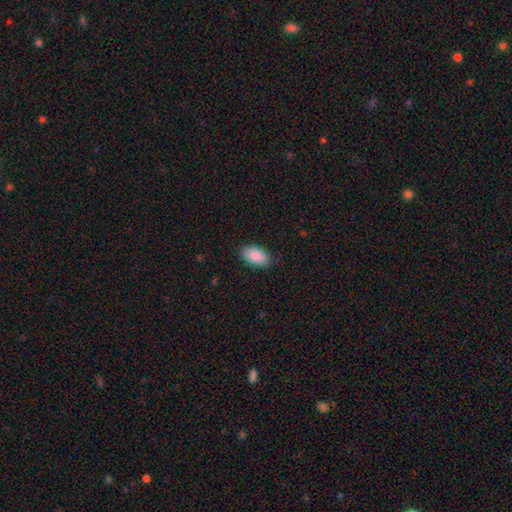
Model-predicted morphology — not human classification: The model was most divided on "merging": none: 84%, minor disturbance: 13%, major disturbance: 2%, merger: 1%. More confident: how rounded — in between (94%); smooth or featured — smooth (88%).